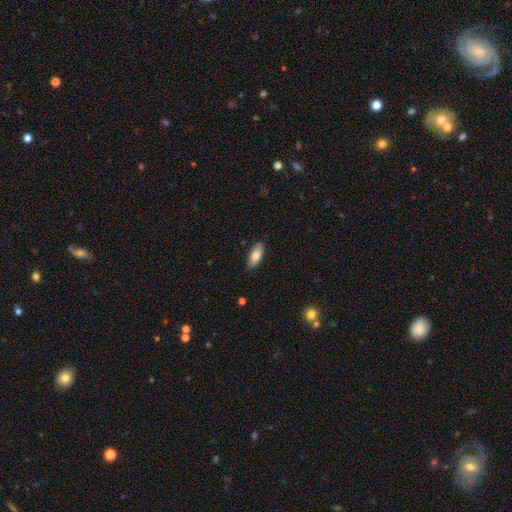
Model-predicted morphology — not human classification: smooth 79%, featured or disk 15%, star or artifact 6%. Down the decision tree: how rounded — in between (81%); merging — none (87%).